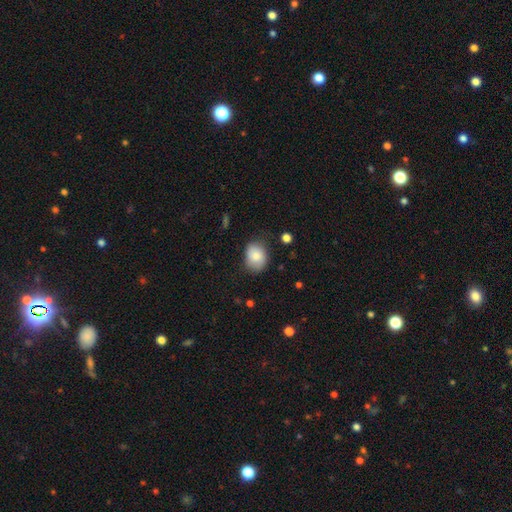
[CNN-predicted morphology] This appears to be a smooth galaxy with no disk features (79%) that is in between round and cigar-shaped (54%). Merging: none (71%).